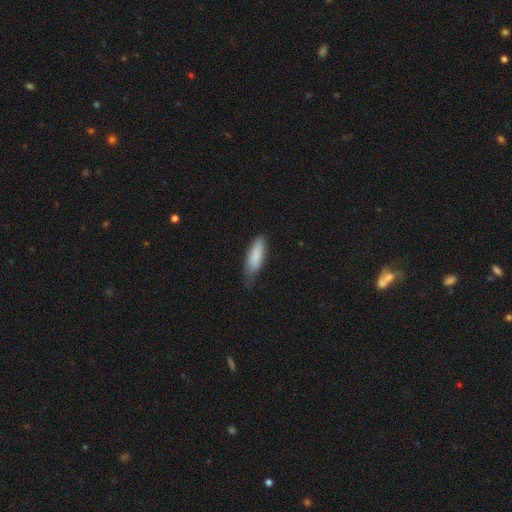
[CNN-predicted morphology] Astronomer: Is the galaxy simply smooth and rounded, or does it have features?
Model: smooth — 86%.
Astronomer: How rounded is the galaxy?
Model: in between — 58% (runner-up: cigar-shaped, 41%).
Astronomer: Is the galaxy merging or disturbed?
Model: none — 57% (runner-up: minor disturbance, 35%).